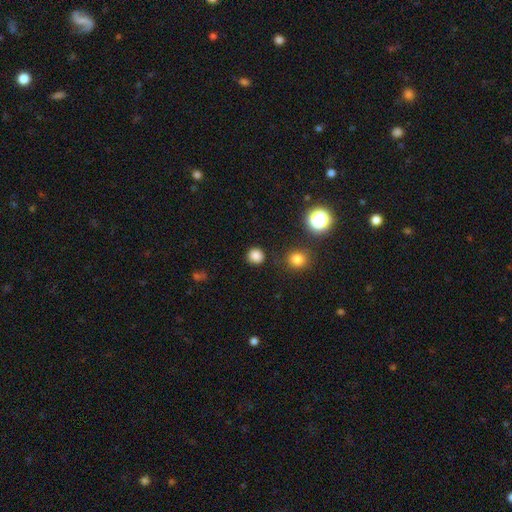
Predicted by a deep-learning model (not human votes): A smooth galaxy with no disk features (84%) that is round (89%). Merging: none (87%).